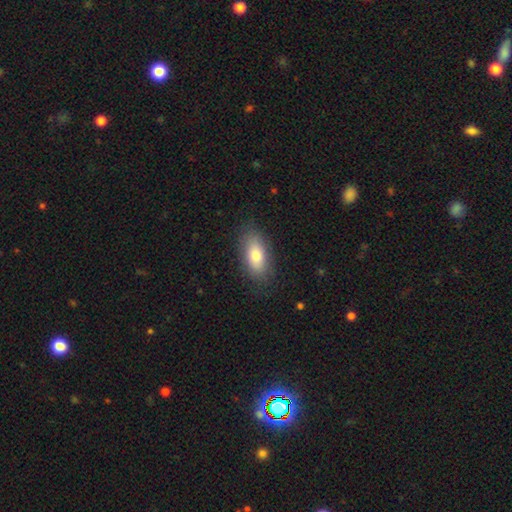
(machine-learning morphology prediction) This appears to be a smooth galaxy with no disk features (80%) that is in between round and cigar-shaped (87%). Merging: none (84%).